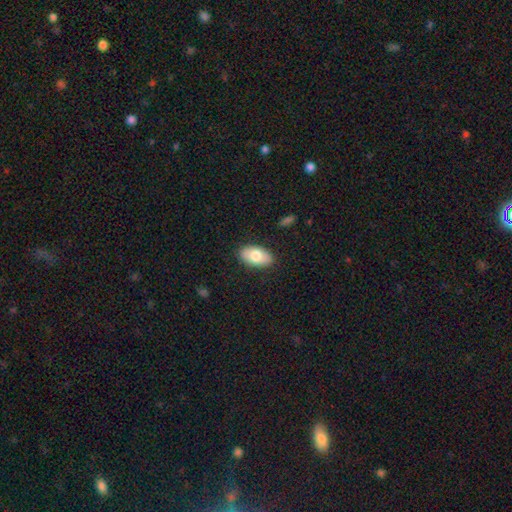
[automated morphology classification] Q: Smooth or featured?
A: smooth (77%); runner-up: featured or disk (17%)
Q: How rounded?
A: in between (94%); runner-up: round (4%)
Q: Merging?
A: none (87%); runner-up: minor disturbance (9%)